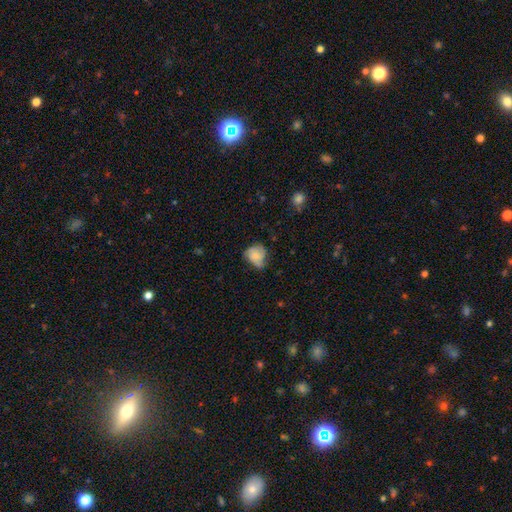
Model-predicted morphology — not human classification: Smooth or featured? smooth (52%)
How rounded? round (60%)
Merging? none (48%)